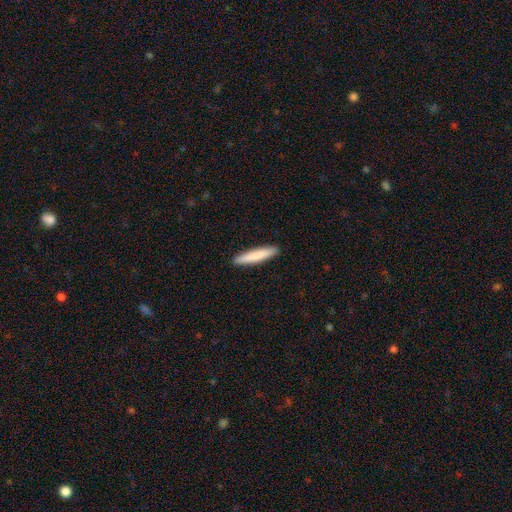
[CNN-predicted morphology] Q: Smooth or featured?
A: smooth (82%); runner-up: featured or disk (13%)
Q: How rounded?
A: cigar-shaped (92%); runner-up: in between (6%)
Q: Merging?
A: none (92%); runner-up: minor disturbance (5%)